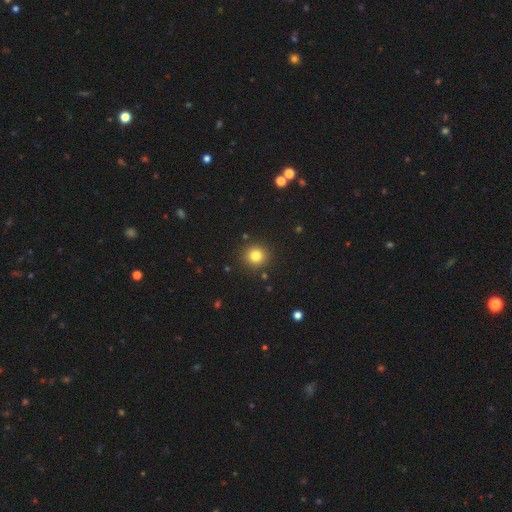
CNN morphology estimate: smooth_or_featured: smooth (p=0.81) [alt: star or artifact p=0.13]
how_rounded: round (p=0.92) [alt: in between p=0.07]
merging: none (p=0.90) [alt: minor disturbance p=0.06]